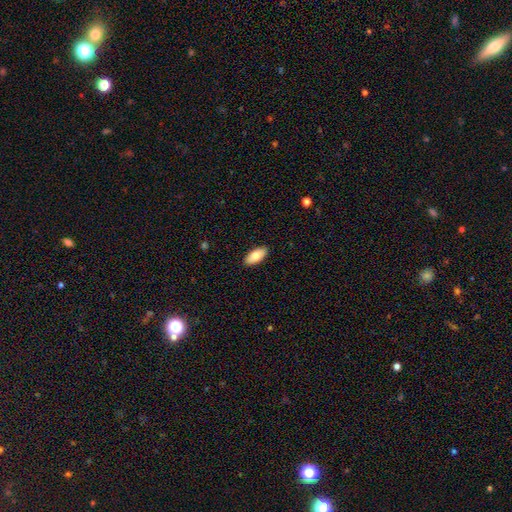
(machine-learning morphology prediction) smooth 80%, featured or disk 14%, star or artifact 6%. Down the decision tree: how rounded — in between (91%); merging — none (90%).